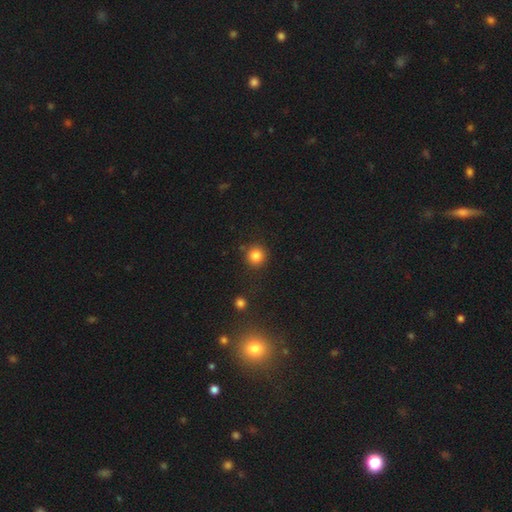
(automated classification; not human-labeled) smooth_or_featured: smooth (p=0.84) [alt: star or artifact p=0.11]
how_rounded: round (p=0.93) [alt: in between p=0.06]
merging: none (p=0.86) [alt: minor disturbance p=0.08]